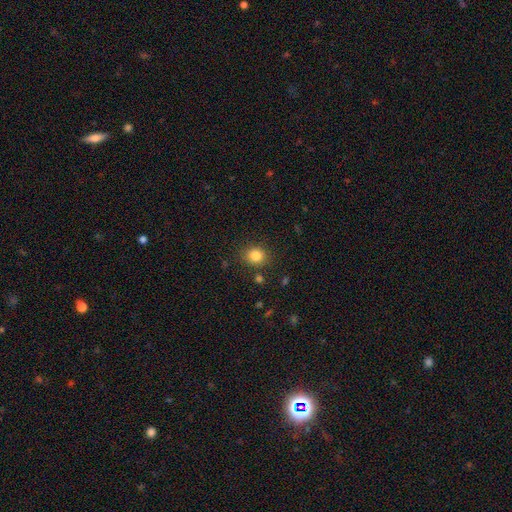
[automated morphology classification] A smooth galaxy with no disk features (83%) that is round (76%).

Vote fractions:
- Smooth or featured? smooth: 83% / star or artifact: 12% / featured or disk: 5%
- How rounded? round: 76% / in between: 23% / cigar-shaped: 1%
- Merging? none: 85% / minor disturbance: 9% / merger: 3% / major disturbance: 3%